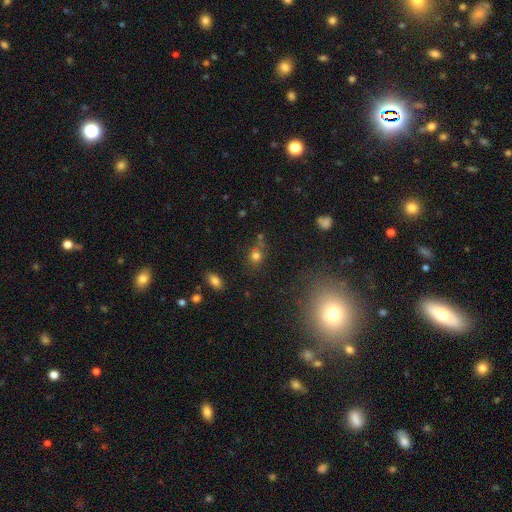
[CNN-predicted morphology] This appears to be a smooth galaxy with no disk features (73%) that is round (73%). Merging: none (62%).